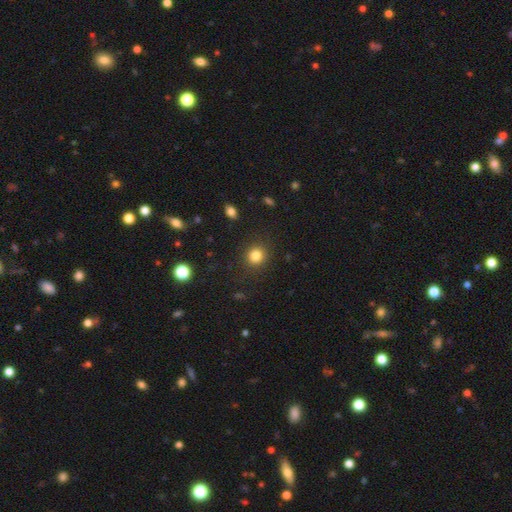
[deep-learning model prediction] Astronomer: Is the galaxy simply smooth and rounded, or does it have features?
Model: smooth — 83%.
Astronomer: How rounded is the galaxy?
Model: round — 85%.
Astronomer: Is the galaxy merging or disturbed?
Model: none — 89%.